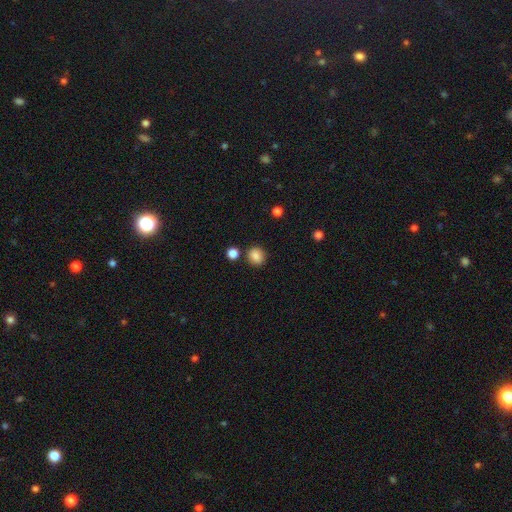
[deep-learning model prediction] Overall: smooth (85%). How rounded: round (74%). Merging: none (82%).